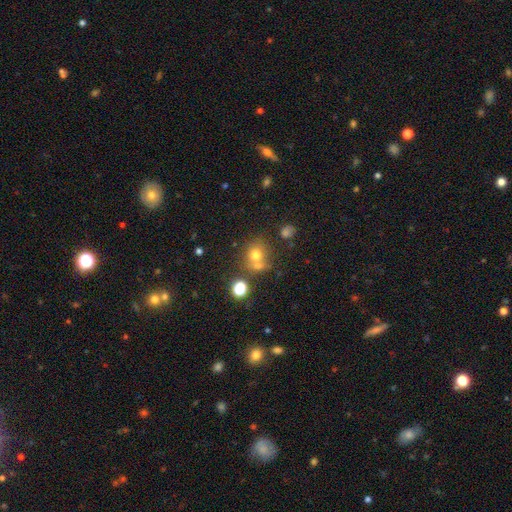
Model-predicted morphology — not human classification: smooth 69%, star or artifact 18%, featured or disk 13%. Down the decision tree: how rounded — round (78%); merging — none (51%).